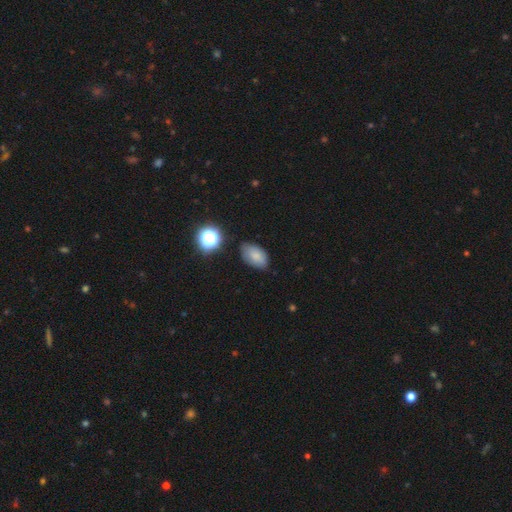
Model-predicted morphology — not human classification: smooth 79%, star or artifact 11%, featured or disk 9%. Down the decision tree: how rounded — in between (91%); merging — none (74%).